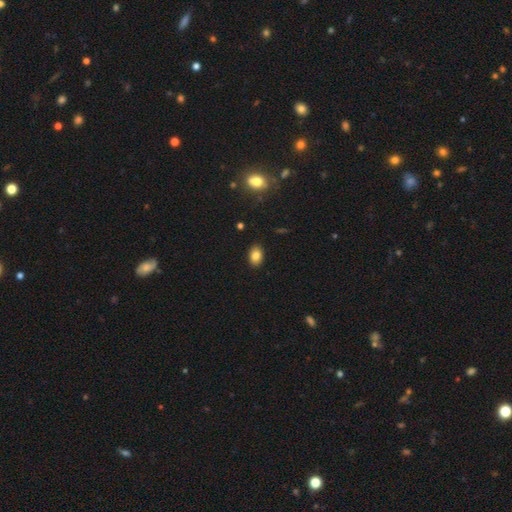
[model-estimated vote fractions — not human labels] A smooth galaxy with no disk features (83%) that is in between round and cigar-shaped (80%). Merging: none (89%).